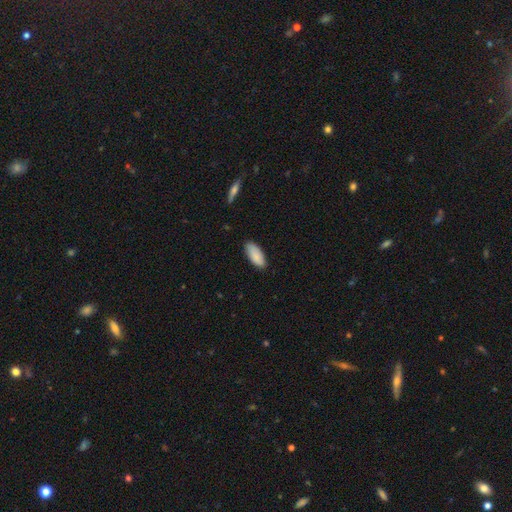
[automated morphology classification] The model was most divided on "how rounded": in between: 84%, cigar-shaped: 14%, round: 2%. More confident: smooth or featured — smooth (87%); merging — none (84%).